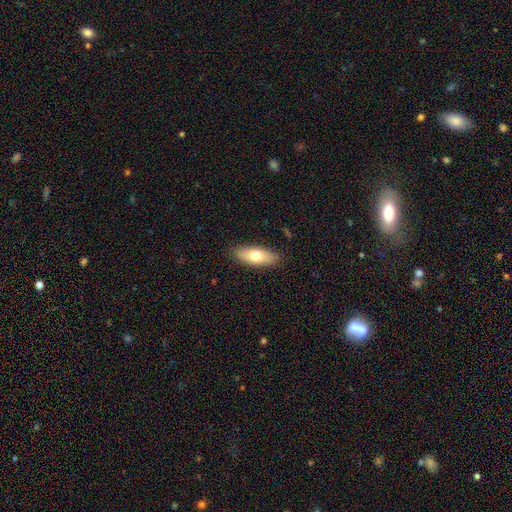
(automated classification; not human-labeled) smooth 71%, featured or disk 23%, star or artifact 6%. Down the decision tree: how rounded — in between (74%); merging — none (88%).